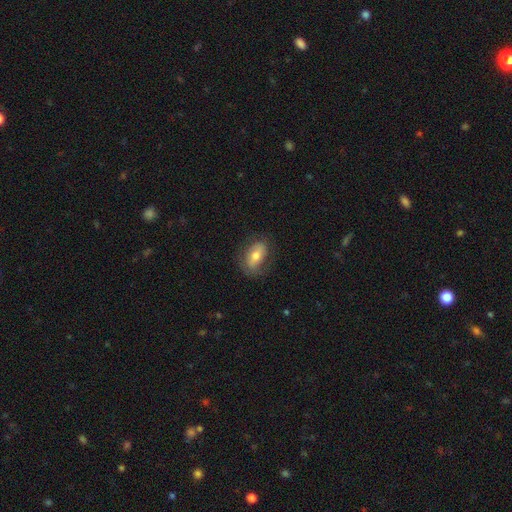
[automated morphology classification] This appears to be a smooth galaxy with no disk features (54%) that is in between round and cigar-shaped (87%). Merging: none (71%).